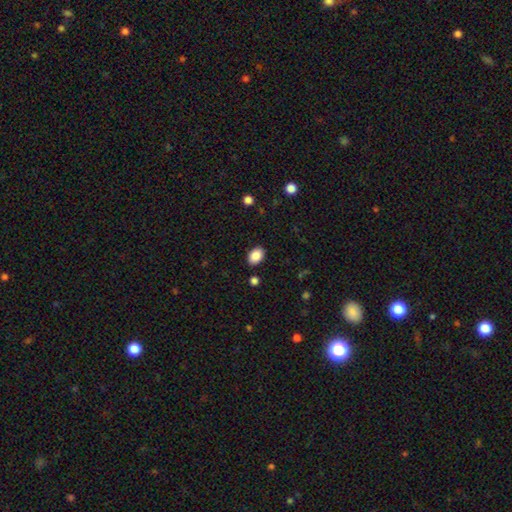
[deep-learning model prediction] Overall: smooth (88%). How rounded: in between (81%). Merging: none (88%).